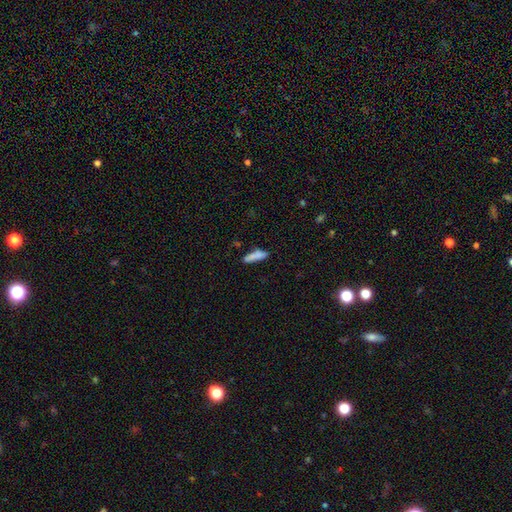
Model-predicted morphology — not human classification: smooth 78%, featured or disk 14%, star or artifact 8%. Down the decision tree: how rounded — cigar-shaped (72%); merging — none (65%).